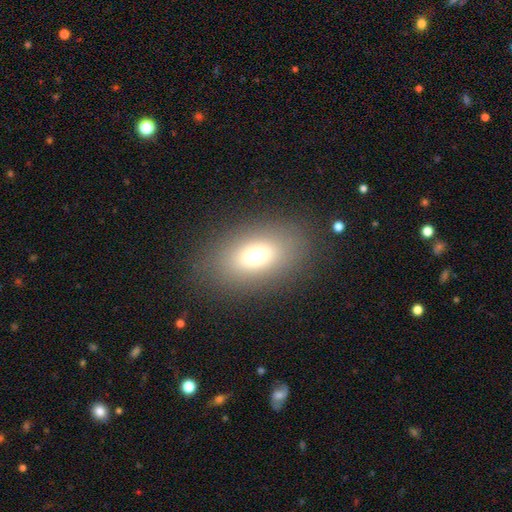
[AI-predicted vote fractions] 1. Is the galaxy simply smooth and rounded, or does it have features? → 72% smooth, 16% featured or disk, 13% star or artifact.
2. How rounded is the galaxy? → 83% in between, 15% round, 2% cigar-shaped.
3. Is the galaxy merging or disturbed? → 85% none, 9% minor disturbance, 5% major disturbance, 1% merger.